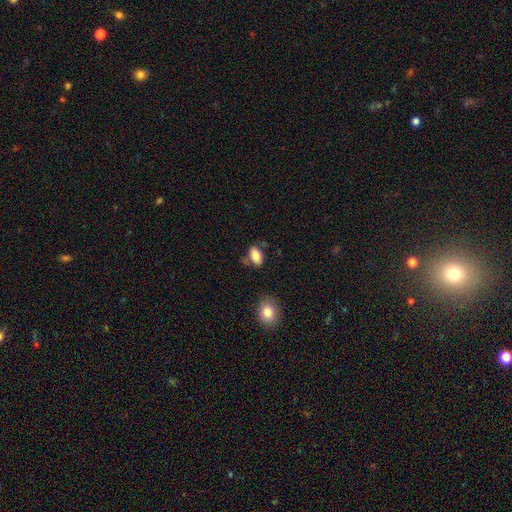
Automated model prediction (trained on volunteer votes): Overall: smooth (83%). How rounded: in between (90%). Merging: none (71%).